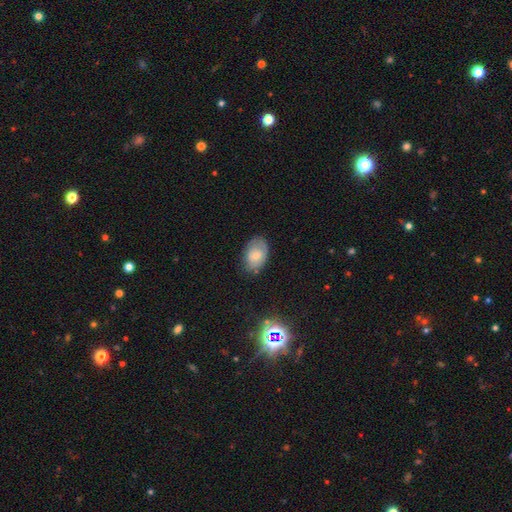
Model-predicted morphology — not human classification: The model was most divided on "smooth or featured": smooth: 64%, featured or disk: 27%, star or artifact: 9%. More confident: how rounded — in between (84%); merging — none (68%).